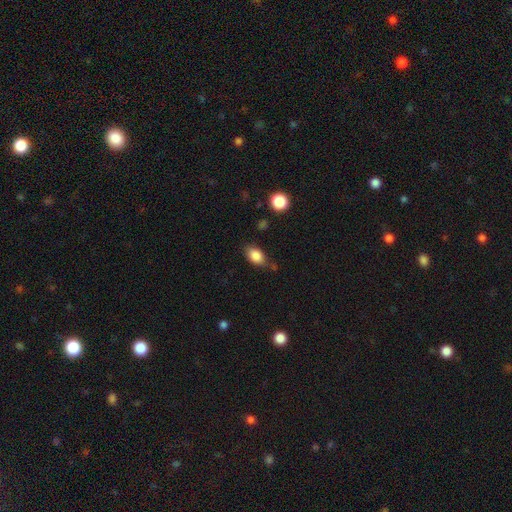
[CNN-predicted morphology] smooth-or-featured: smooth: 85% | star or artifact: 8% | featured or disk: 7%
  how-rounded: in between: 84% | round: 14% | cigar-shaped: 2%
  merging: none: 69% | minor disturbance: 21% | major disturbance: 5% | merger: 5%